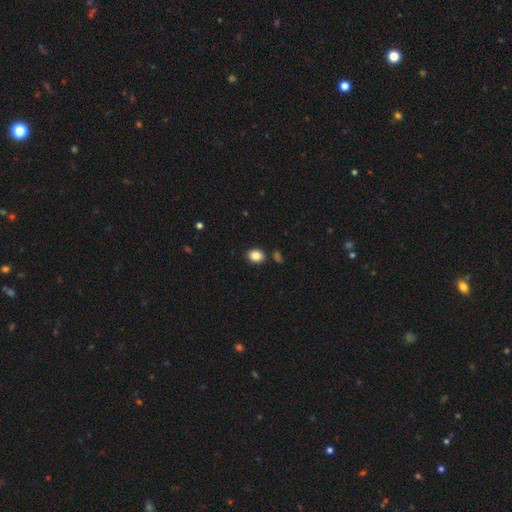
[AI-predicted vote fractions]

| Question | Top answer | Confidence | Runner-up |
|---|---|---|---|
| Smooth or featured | smooth | 85% | star or artifact (10%) |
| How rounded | round | 50% | in between (49%) |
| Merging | none | 86% | minor disturbance (8%) |